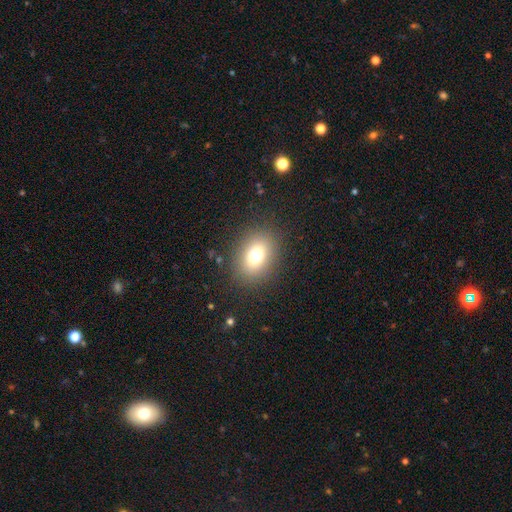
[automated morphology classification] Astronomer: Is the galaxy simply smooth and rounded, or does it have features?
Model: smooth — 73%.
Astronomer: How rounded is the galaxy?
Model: in between — 58% (runner-up: round, 41%).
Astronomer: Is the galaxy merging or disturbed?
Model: none — 86%.